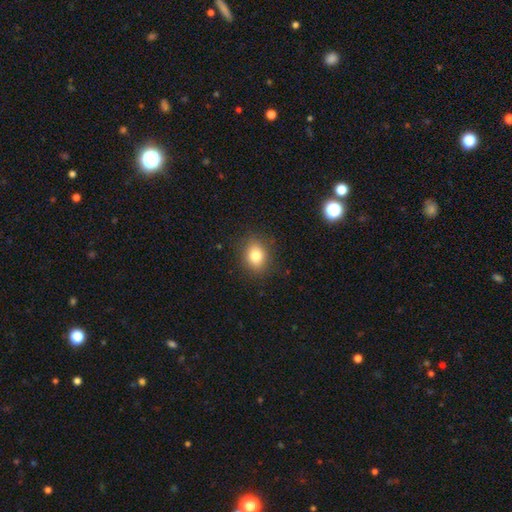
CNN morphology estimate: Q: Smooth or featured?
A: smooth (82%); runner-up: star or artifact (10%)
Q: How rounded?
A: in between (52%); runner-up: round (46%)
Q: Merging?
A: none (86%); runner-up: minor disturbance (10%)